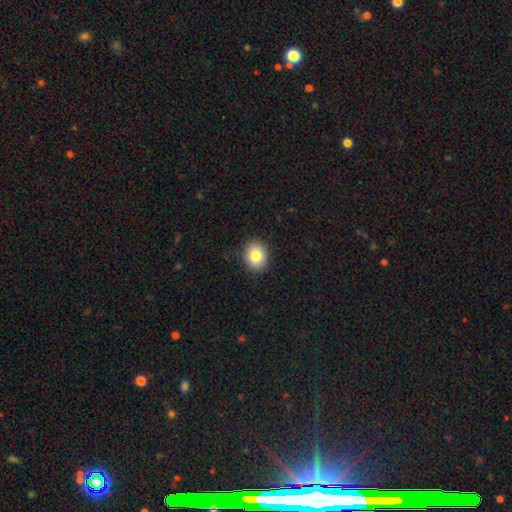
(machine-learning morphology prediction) A smooth galaxy with no disk features (83%) that is round (54%).

Vote fractions:
- Smooth or featured? smooth: 83% / star or artifact: 9% / featured or disk: 8%
- How rounded? round: 54% / in between: 45% / cigar-shaped: 1%
- Merging? none: 90% / minor disturbance: 7% / major disturbance: 2% / merger: 1%